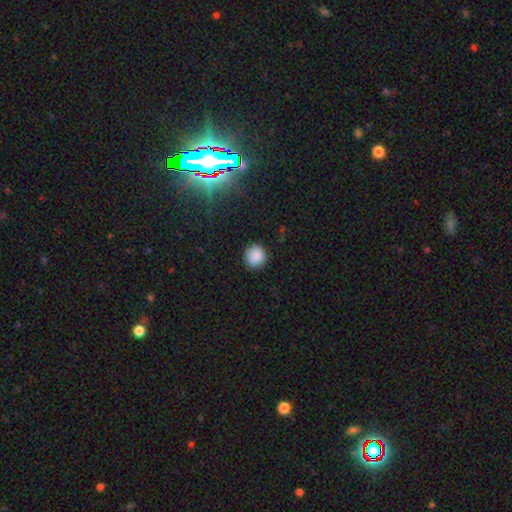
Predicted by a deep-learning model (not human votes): Overall: smooth (87%). How rounded: round (92%). Merging: none (85%).